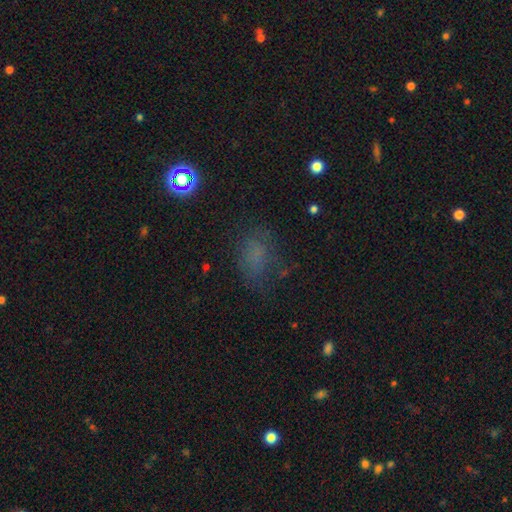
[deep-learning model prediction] smooth-or-featured: smooth: 57% | star or artifact: 27% | featured or disk: 17%
  how-rounded: in between: 71% | round: 27% | cigar-shaped: 2%
  merging: none: 61% | minor disturbance: 21% | major disturbance: 16% | merger: 2%